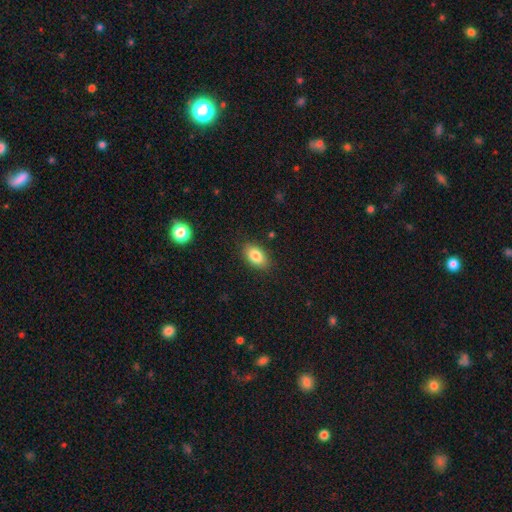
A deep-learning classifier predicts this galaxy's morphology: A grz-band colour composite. It shows a smooth galaxy with no disk features (83%) that is in between round and cigar-shaped (91%). Merging: none (86%).